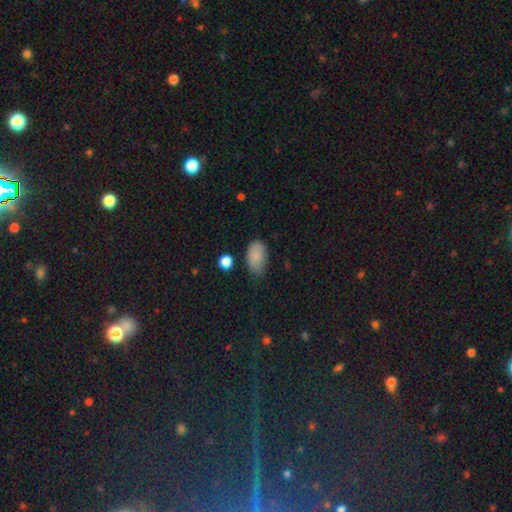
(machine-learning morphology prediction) Smooth or featured: smooth — 86% (star or artifact — 8%)
How rounded: in between — 91% (round — 7%)
Merging: none — 57% (minor disturbance — 32%)